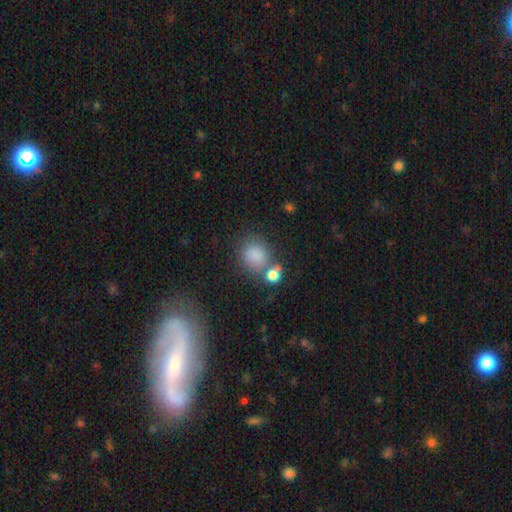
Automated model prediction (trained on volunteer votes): A smooth galaxy with no disk features (81%) that is round (71%).

Vote fractions:
- Smooth or featured? smooth: 81% / star or artifact: 12% / featured or disk: 7%
- How rounded? round: 71% / in between: 27% / cigar-shaped: 1%
- Merging? none: 62% / merger: 16% / minor disturbance: 15% / major disturbance: 7%